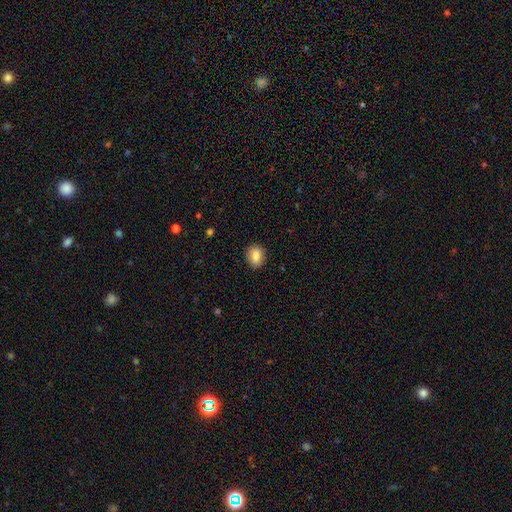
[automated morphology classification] The model was most divided on "how rounded": round: 51%, in between: 48%, cigar-shaped: 1%. More confident: merging — none (88%); smooth or featured — smooth (87%).